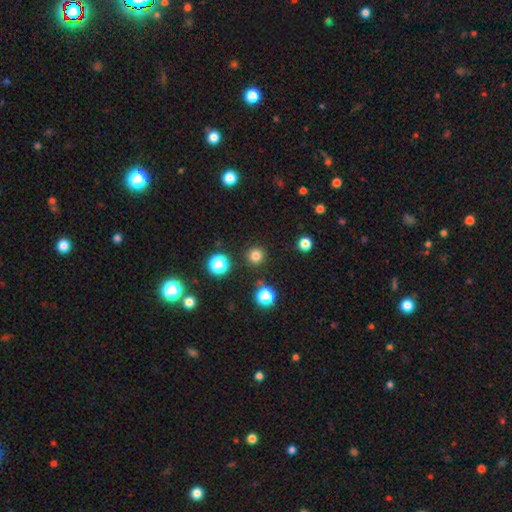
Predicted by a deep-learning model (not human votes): Overall: smooth (79%). How rounded: round (96%). Merging: none (90%).